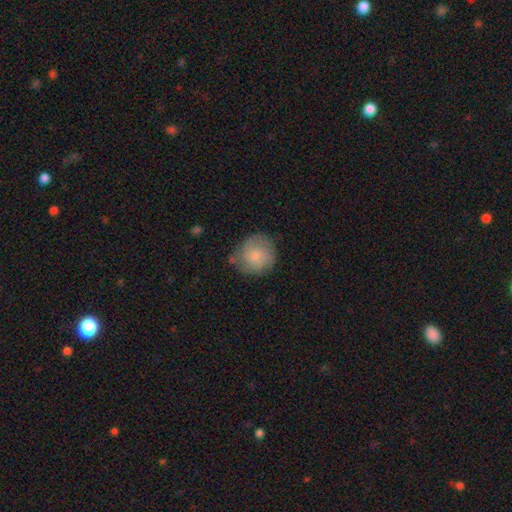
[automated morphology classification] smooth 61%, featured or disk 31%, star or artifact 7%. Down the decision tree: how rounded — round (86%); merging — none (68%).